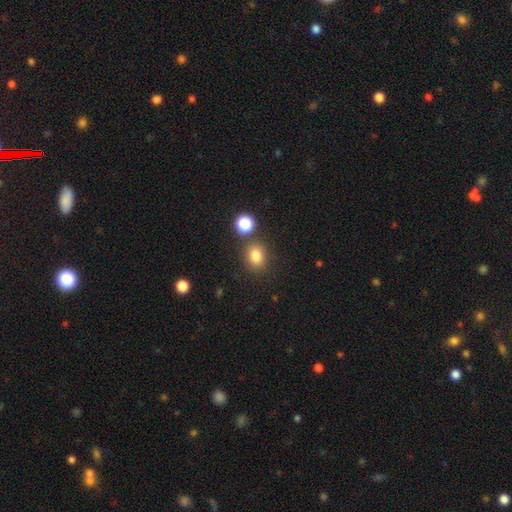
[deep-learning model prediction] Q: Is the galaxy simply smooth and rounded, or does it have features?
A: smooth — 80%.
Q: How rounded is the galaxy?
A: round — 61%.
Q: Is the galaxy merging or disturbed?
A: none — 78%.